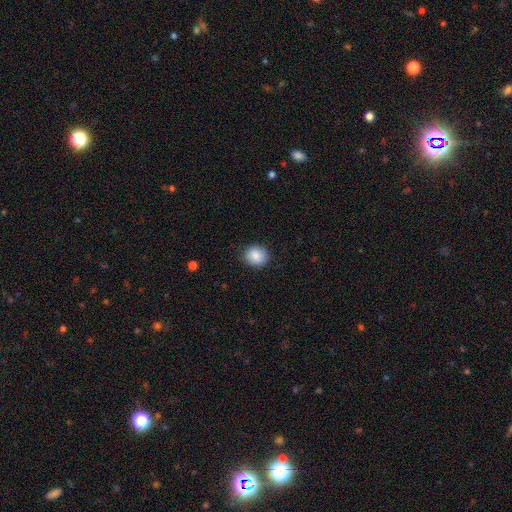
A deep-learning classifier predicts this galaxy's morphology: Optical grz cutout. It shows a smooth galaxy with no disk features (87%) that is round (71%). Merging: none (87%).